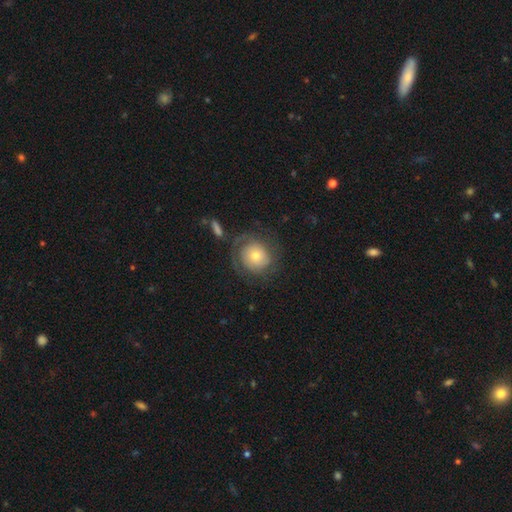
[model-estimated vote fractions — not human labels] A featured or disk galaxy (52%). Merging: none (64%).